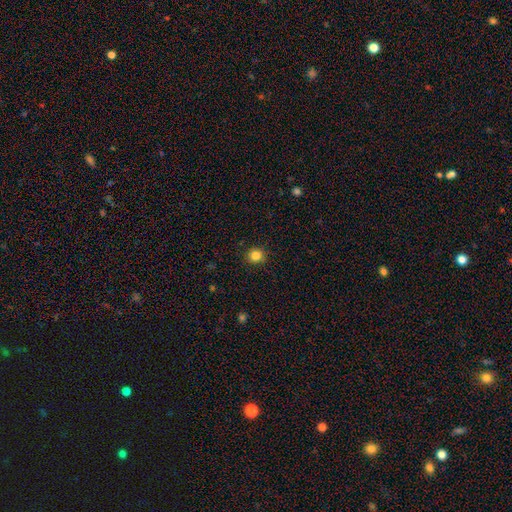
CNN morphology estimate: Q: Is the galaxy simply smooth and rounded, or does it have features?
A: smooth — 83%.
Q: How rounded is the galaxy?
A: round — 89%.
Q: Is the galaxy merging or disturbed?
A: none — 91%.